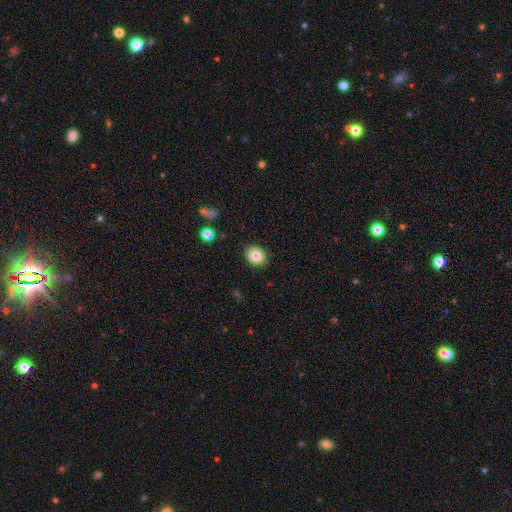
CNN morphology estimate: smooth 83%, star or artifact 9%, featured or disk 8%. Down the decision tree: how rounded — round (52%); merging — none (89%).